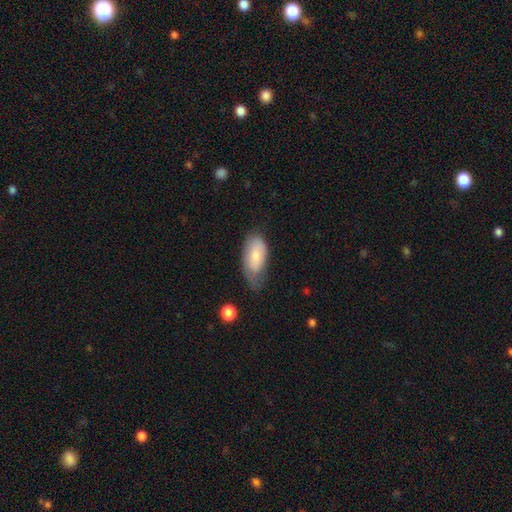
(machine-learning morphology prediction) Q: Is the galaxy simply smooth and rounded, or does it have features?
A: smooth — 73%.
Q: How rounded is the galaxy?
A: in between — 92%.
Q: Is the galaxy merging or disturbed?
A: minor disturbance — 42%.